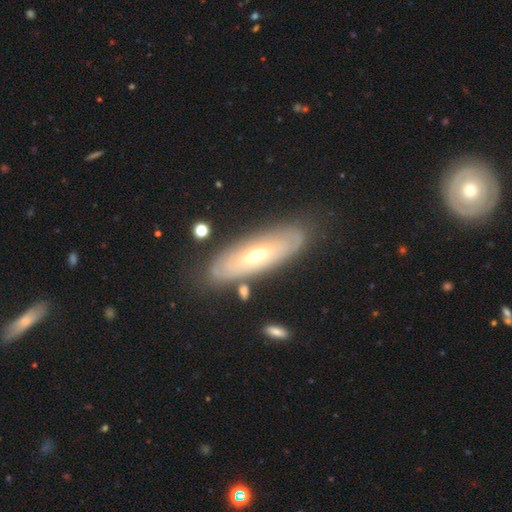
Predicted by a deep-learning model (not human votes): The model was most divided on "smooth or featured": featured or disk: 65%, smooth: 29%, star or artifact: 6%. More confident: merging — none (81%); edge-on disk — no (75%).